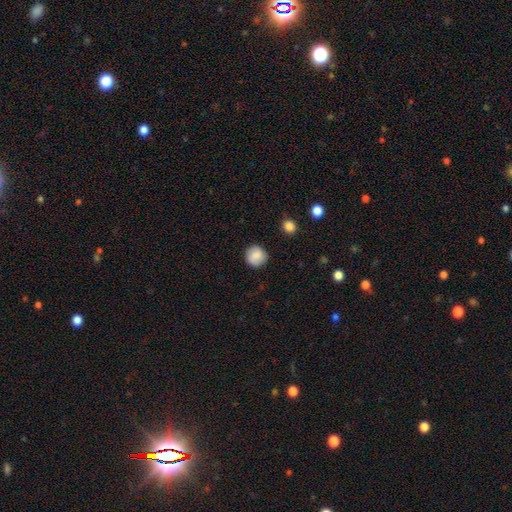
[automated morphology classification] Q: Smooth or featured?
A: smooth (80%); runner-up: featured or disk (12%)
Q: How rounded?
A: round (92%); runner-up: in between (7%)
Q: Merging?
A: none (87%); runner-up: minor disturbance (9%)